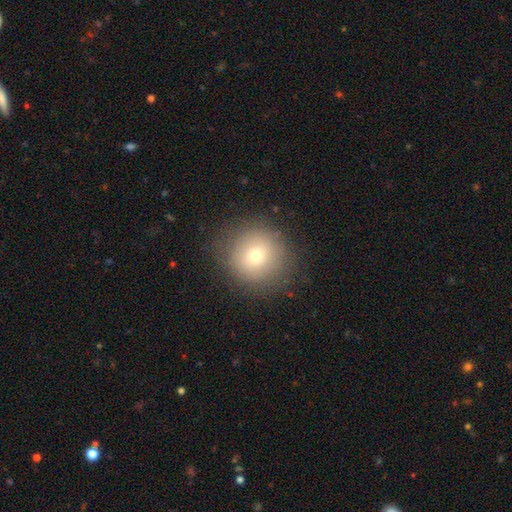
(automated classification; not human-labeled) Morphology: type=smooth (70%); roundness=round (94%); merging=none (87%).